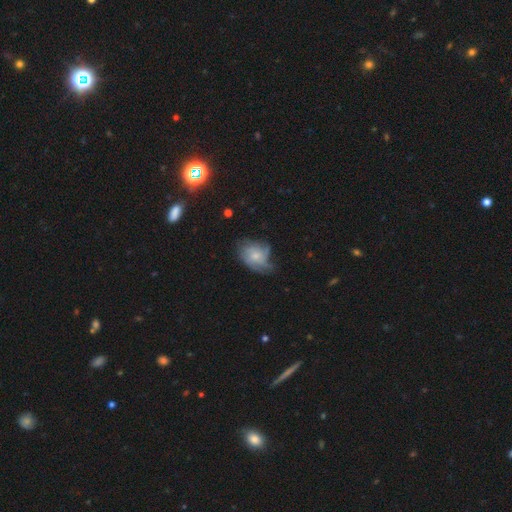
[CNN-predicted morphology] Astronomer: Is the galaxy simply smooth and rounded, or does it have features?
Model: featured or disk — 63%.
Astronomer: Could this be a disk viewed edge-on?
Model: no — 97%.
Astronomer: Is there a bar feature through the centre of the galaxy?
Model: no — 79%.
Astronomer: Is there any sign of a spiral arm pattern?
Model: yes — 86%.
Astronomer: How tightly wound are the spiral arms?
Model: tight — 41% (runner-up: medium, 38%).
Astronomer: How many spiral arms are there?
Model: can't tell — 37% (runner-up: 3, 23%).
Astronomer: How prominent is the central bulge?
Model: small — 56% (runner-up: moderate, 36%).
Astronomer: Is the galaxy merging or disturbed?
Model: none — 51% (runner-up: minor disturbance, 29%).